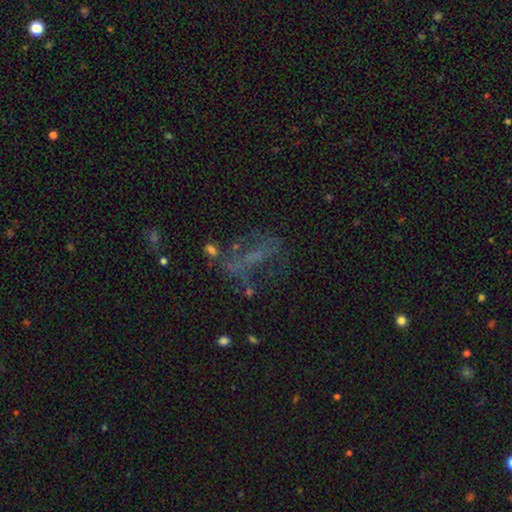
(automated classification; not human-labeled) featured or disk 47%, smooth 27%, star or artifact 25%. Down the decision tree: merging — none (45%).